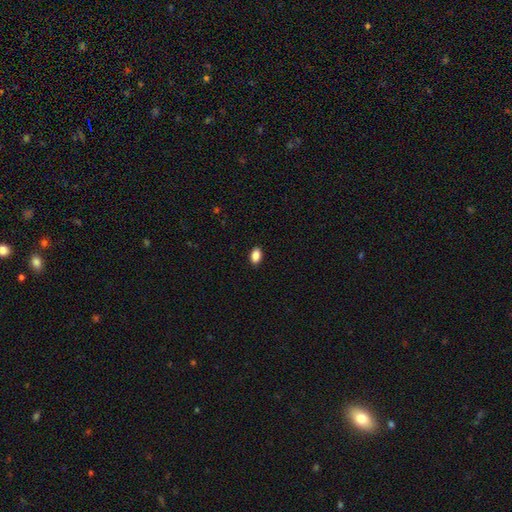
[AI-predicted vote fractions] A smooth galaxy with no disk features (88%) that is in between round and cigar-shaped (89%).

Vote fractions:
- Smooth or featured? smooth: 88% / star or artifact: 8% / featured or disk: 4%
- How rounded? in between: 89% / round: 9% / cigar-shaped: 2%
- Merging? none: 91% / minor disturbance: 7% / major disturbance: 2% / merger: 1%